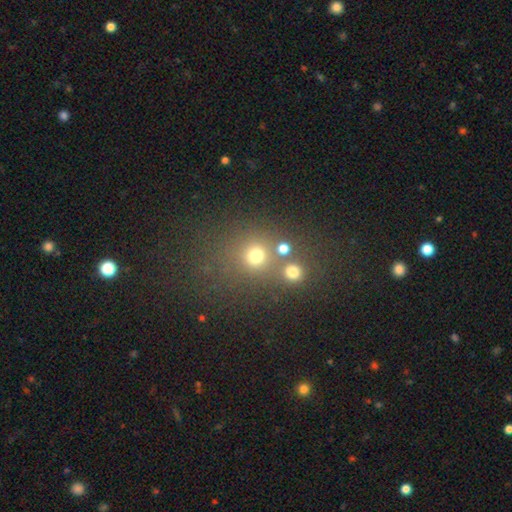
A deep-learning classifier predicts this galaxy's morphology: Smooth or featured? Predicted: smooth (p=0.71). How rounded? Predicted: round (p=0.87). Merging? Predicted: none (p=0.62).